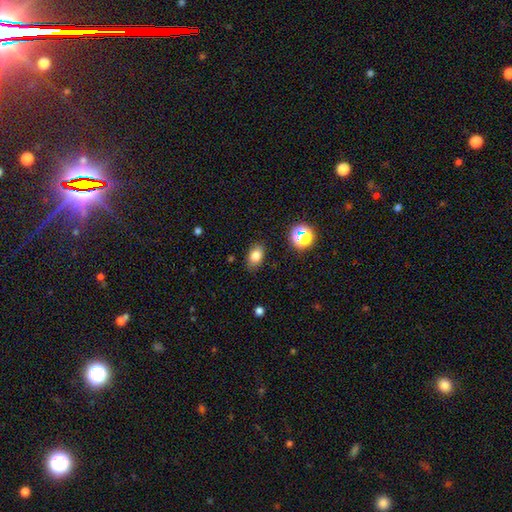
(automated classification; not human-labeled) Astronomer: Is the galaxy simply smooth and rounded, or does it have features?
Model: smooth — 80%.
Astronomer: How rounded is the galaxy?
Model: in between — 81%.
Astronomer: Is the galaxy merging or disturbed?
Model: none — 83%.